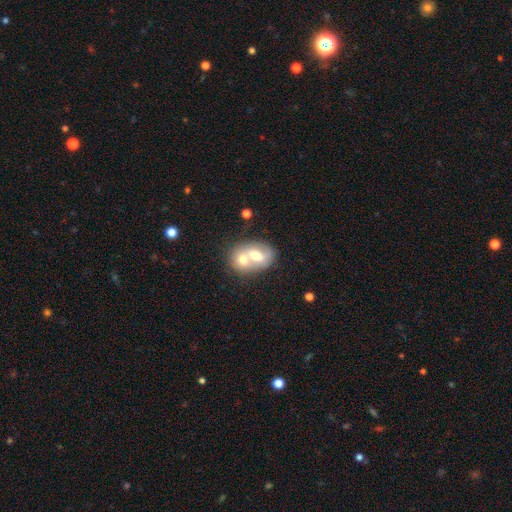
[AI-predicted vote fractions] Morphology: type=smooth (53%); roundness=in between (55%); merging=merger (73%).